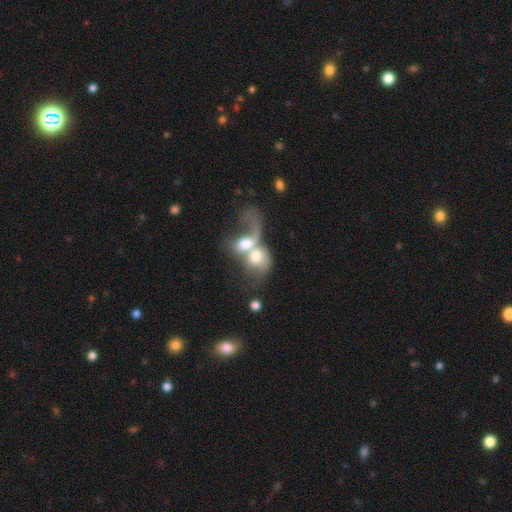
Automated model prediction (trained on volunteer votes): A smooth galaxy with no disk features (49%). Merging: merger (79%).